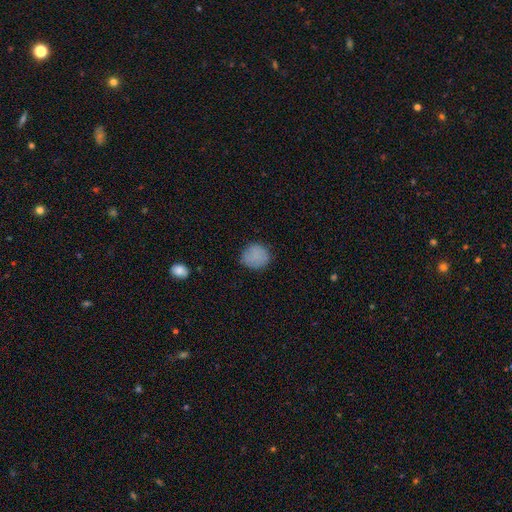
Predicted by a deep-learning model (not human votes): smooth 85%, star or artifact 9%, featured or disk 7%. Down the decision tree: how rounded — round (87%); merging — none (82%).